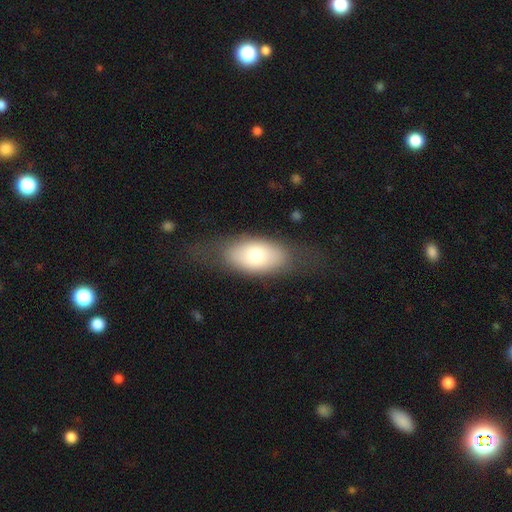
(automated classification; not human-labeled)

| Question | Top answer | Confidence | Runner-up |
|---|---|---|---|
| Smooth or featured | smooth | 72% | featured or disk (21%) |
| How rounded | in between | 89% | round (7%) |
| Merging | none | 63% | minor disturbance (20%) |